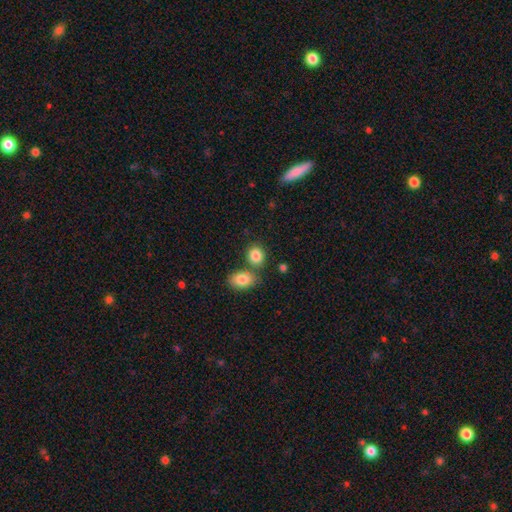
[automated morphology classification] Overall: smooth (85%). How rounded: round (56%; in between 43%). Merging: none (61%; merger 26%).